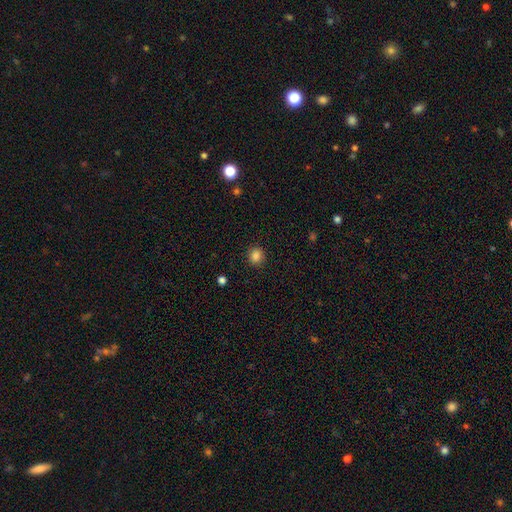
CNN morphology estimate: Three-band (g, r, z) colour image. It shows a smooth galaxy with no disk features (84%) that is round (85%). Merging: none (91%).